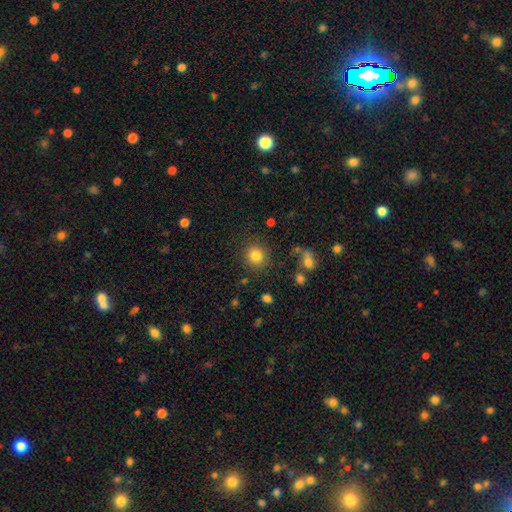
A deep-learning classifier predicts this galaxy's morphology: The model was most divided on "smooth or featured": smooth: 82%, star or artifact: 12%, featured or disk: 6%. More confident: how rounded — round (91%); merging — none (87%).